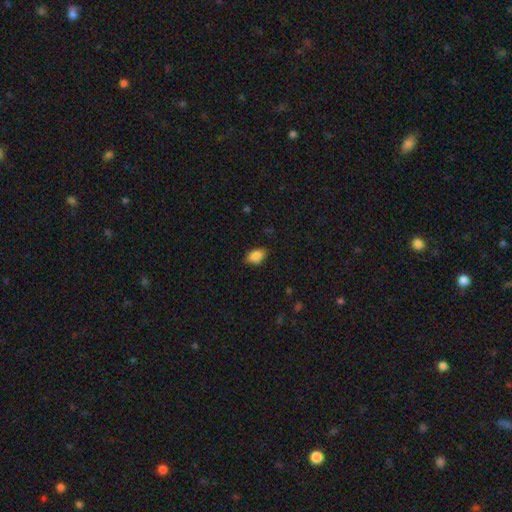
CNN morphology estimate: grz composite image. It shows a smooth galaxy with no disk features (86%) that is in between round and cigar-shaped (89%). Merging: none (78%).